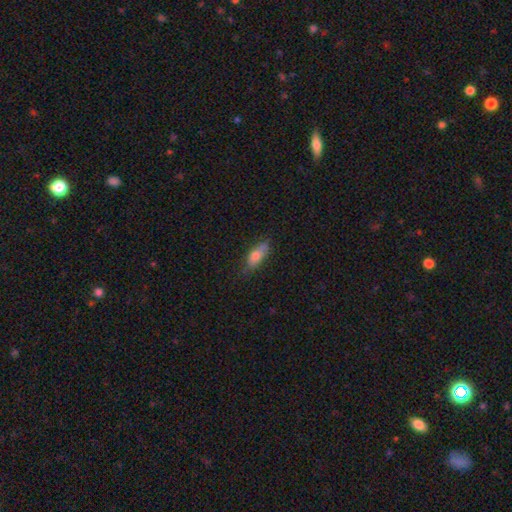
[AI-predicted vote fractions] Smooth or featured?
  - smooth: 69% *
  - featured or disk: 24%
  - star or artifact: 7%
How rounded?
  - in between: 63% *
  - cigar-shaped: 34%
  - round: 3%
Merging?
  - none: 73% *
  - minor disturbance: 21%
  - major disturbance: 4%
  - merger: 2%